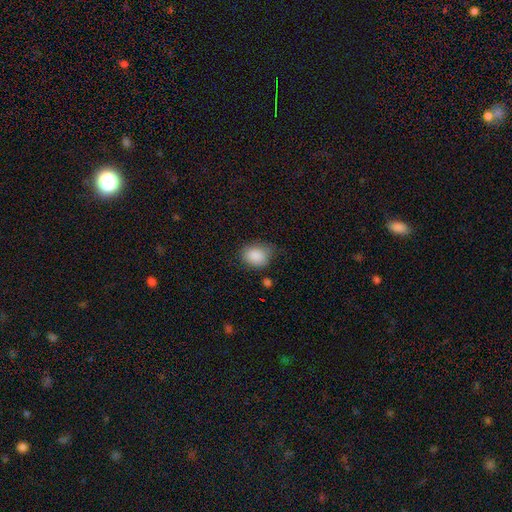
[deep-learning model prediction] smooth 88%, star or artifact 8%, featured or disk 4%. Down the decision tree: how rounded — in between (55%); merging — none (60%).